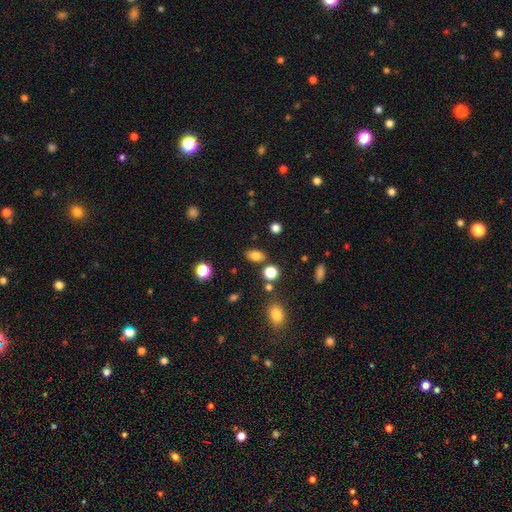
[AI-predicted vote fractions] Q: Smooth or featured?
A: smooth (80%); runner-up: star or artifact (13%)
Q: How rounded?
A: in between (82%); runner-up: round (16%)
Q: Merging?
A: none (79%); runner-up: minor disturbance (11%)